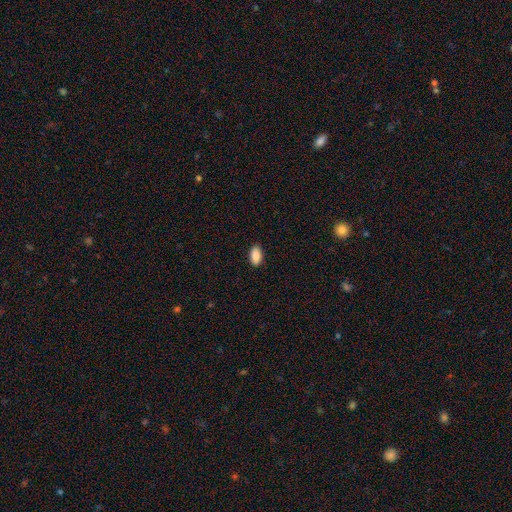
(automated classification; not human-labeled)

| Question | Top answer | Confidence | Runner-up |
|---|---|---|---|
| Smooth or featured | smooth | 90% | star or artifact (7%) |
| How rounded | in between | 93% | round (3%) |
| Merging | none | 88% | minor disturbance (9%) |